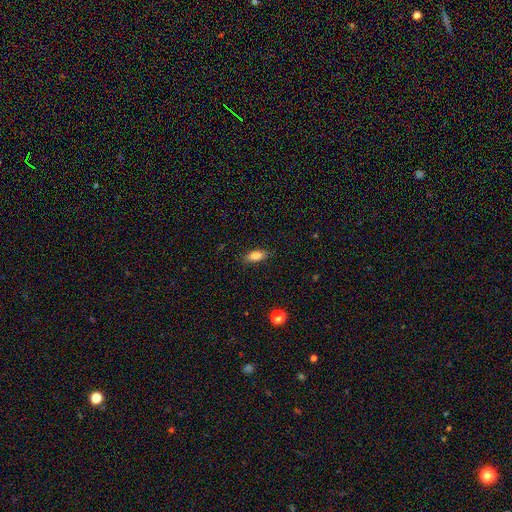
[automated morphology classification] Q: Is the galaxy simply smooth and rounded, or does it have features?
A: smooth — 83%.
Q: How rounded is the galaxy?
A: in between — 79%.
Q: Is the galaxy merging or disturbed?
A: none — 84%.